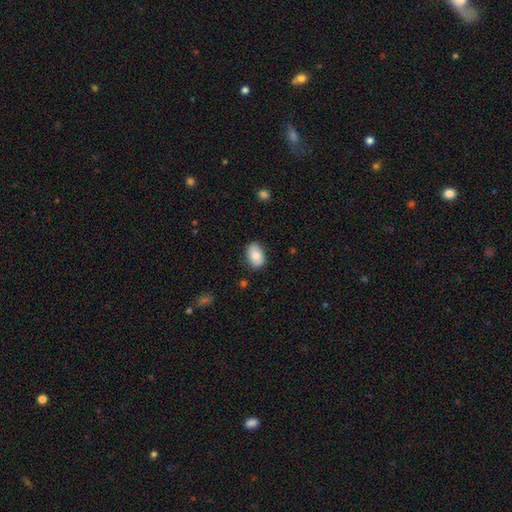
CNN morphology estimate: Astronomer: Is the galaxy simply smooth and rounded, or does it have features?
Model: smooth — 79%.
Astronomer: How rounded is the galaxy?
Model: in between — 87%.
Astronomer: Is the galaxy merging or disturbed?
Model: none — 81%.